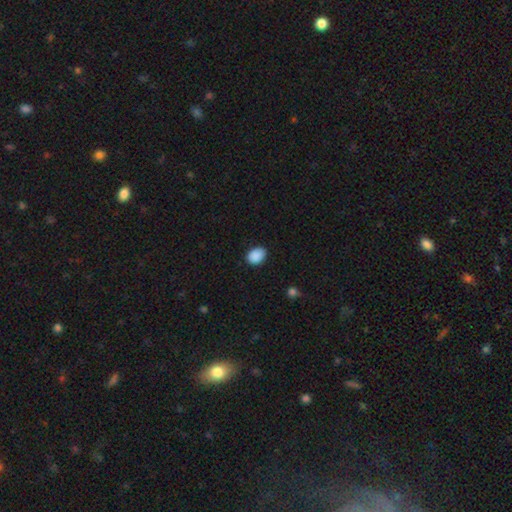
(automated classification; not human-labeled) The model was most divided on "how rounded": in between: 69%, round: 30%, cigar-shaped: 1%. More confident: smooth or featured — smooth (89%); merging — none (84%).